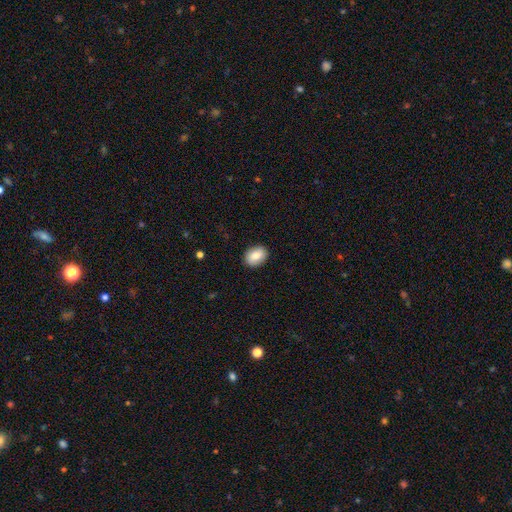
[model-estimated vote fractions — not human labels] Smooth or featured? Predicted: smooth (p=0.81). How rounded? Predicted: in between (p=0.68). Merging? Predicted: none (p=0.89).